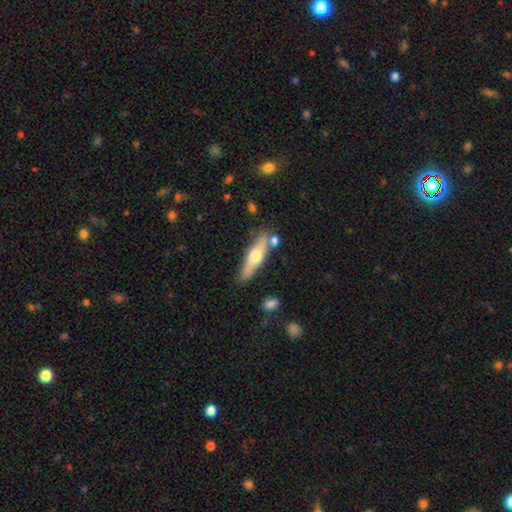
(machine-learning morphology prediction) This is possibly a featured or disk galaxy (52%). It is clearly viewed edge-on (88%). Merging: likely none (72%).